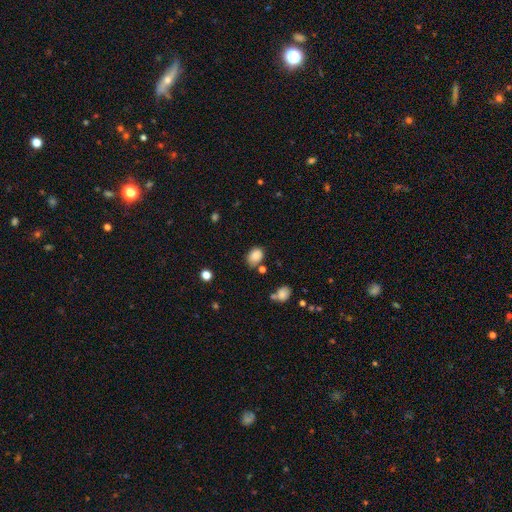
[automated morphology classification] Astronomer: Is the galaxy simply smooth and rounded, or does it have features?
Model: smooth — 84%.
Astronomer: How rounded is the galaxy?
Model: in between — 69%.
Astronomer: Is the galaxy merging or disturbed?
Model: none — 64%.